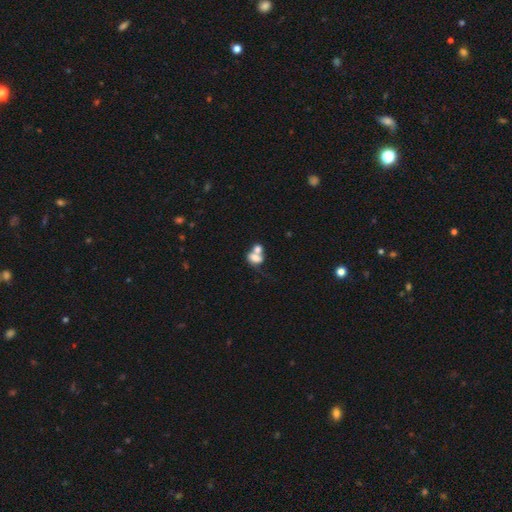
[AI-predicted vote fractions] Smooth or featured: smooth — 69% (featured or disk — 21%)
How rounded: in between — 72% (round — 26%)
Merging: merger — 64% (none — 18%)